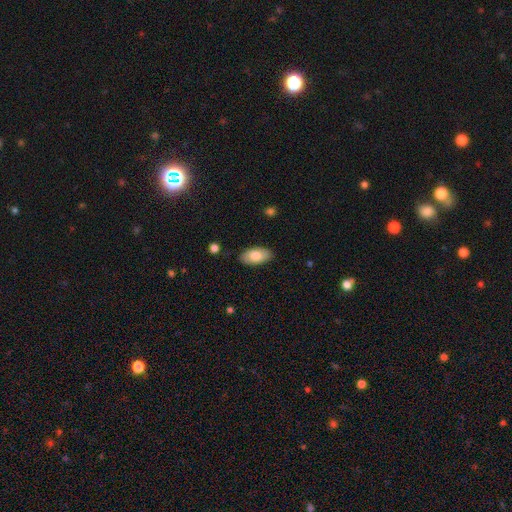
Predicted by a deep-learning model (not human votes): Smooth or featured? Predicted: smooth (p=0.80). How rounded? Predicted: in between (p=0.94). Merging? Predicted: none (p=0.86).